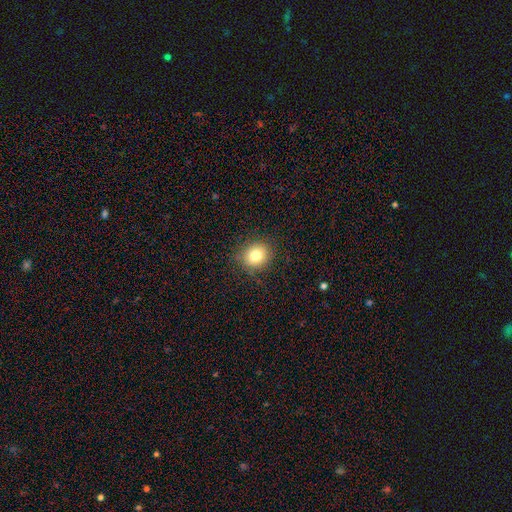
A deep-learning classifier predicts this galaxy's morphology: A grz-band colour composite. It shows a smooth galaxy with no disk features (80%) that is round (77%). Merging: none (86%).